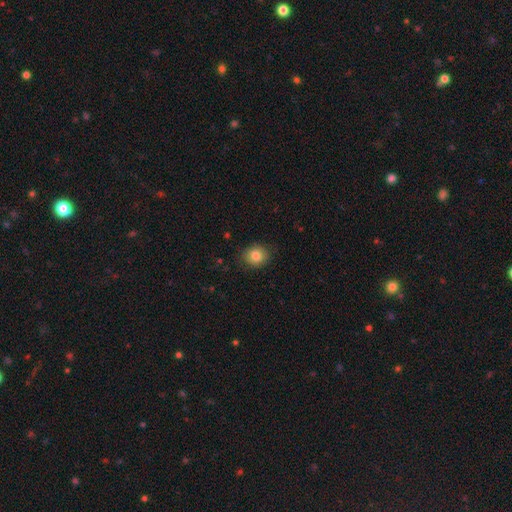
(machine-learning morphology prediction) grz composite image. It shows a smooth galaxy with no disk features (83%) that is round (75%). Merging: none (85%).